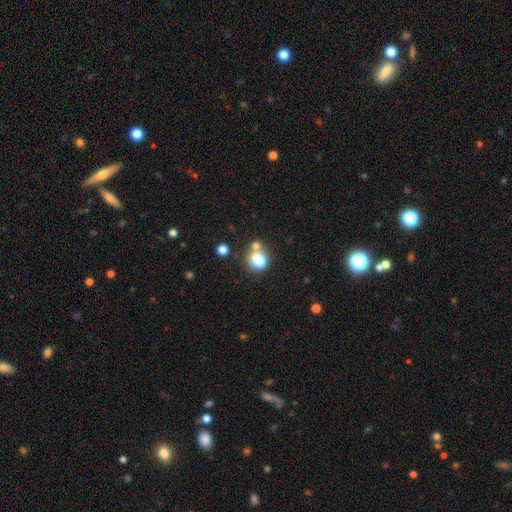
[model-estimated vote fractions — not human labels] Smooth or featured? Predicted: smooth (p=0.73). How rounded? Predicted: round (p=0.82). Merging? Predicted: none (p=0.58).